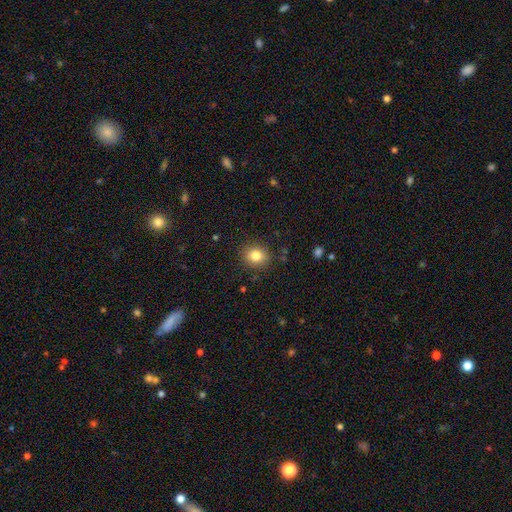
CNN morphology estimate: This is clearly a smooth galaxy (81%). How rounded: likely round (74%). Merging: clearly none (88%).